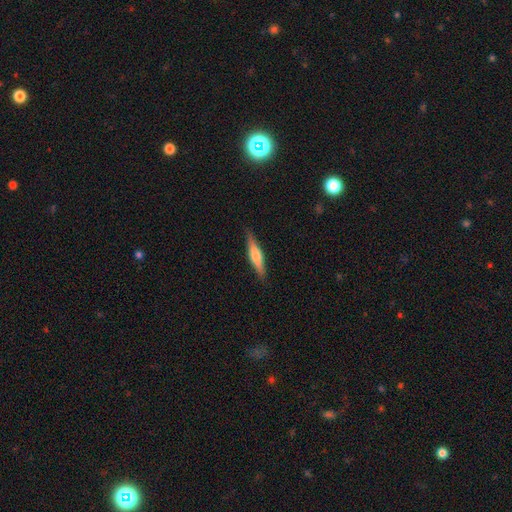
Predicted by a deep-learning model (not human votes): Overall: smooth (52%; featured or disk 42%). How rounded: cigar-shaped (82%). Merging: none (88%).